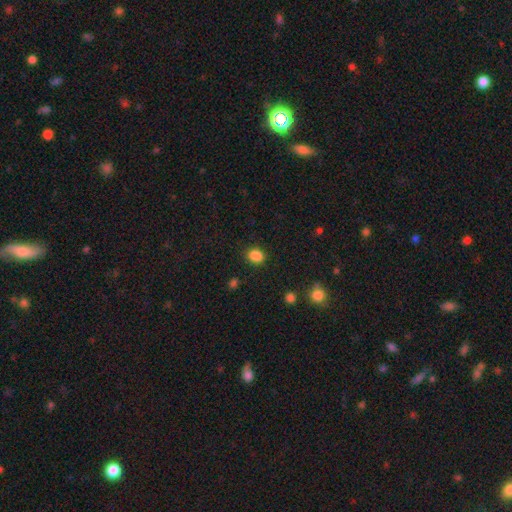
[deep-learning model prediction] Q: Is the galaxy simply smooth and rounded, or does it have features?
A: smooth — 85%.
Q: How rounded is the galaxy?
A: round — 54%.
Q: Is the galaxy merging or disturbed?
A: none — 81%.